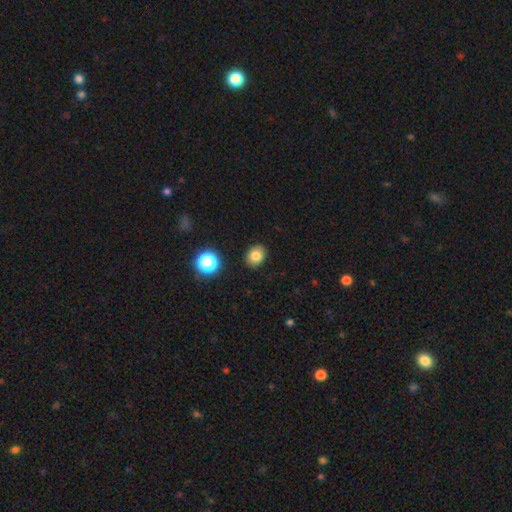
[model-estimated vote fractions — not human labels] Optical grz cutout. It shows a smooth galaxy with no disk features (81%) that is in between round and cigar-shaped (60%). Merging: none (89%).